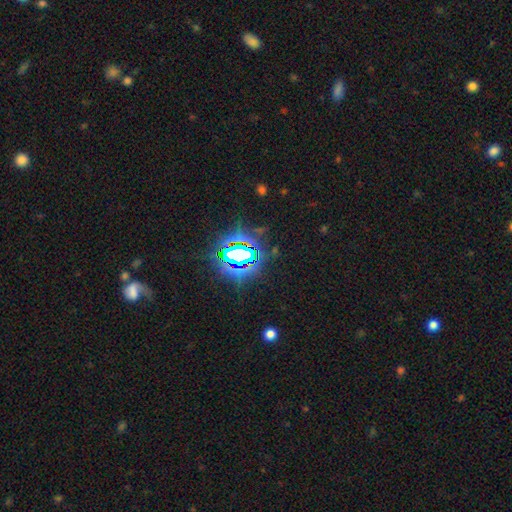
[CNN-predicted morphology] Smooth or featured: star or artifact — 78% (smooth — 12%)